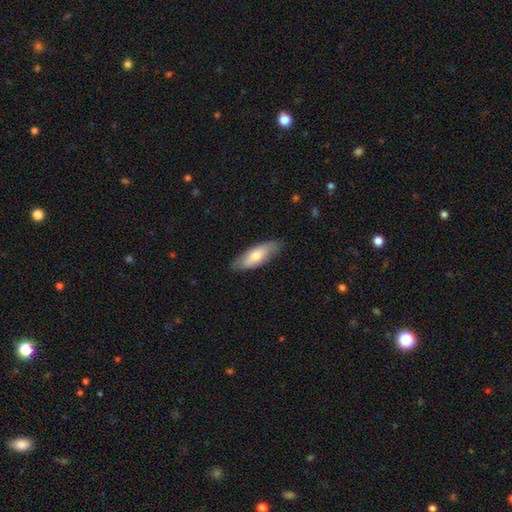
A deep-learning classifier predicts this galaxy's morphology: Q: Smooth or featured?
A: smooth (66%); runner-up: featured or disk (29%)
Q: How rounded?
A: in between (70%); runner-up: cigar-shaped (28%)
Q: Merging?
A: none (82%); runner-up: minor disturbance (14%)